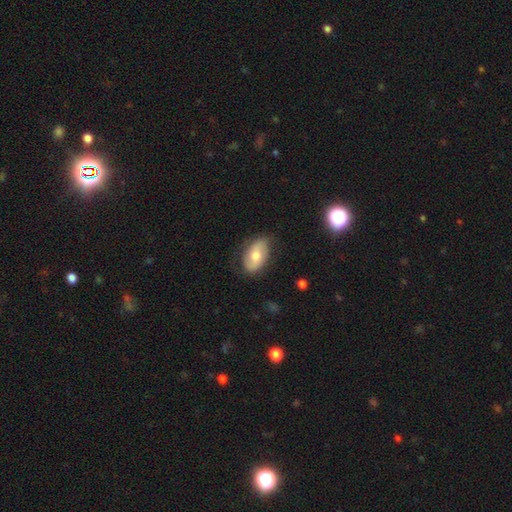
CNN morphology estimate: A smooth galaxy with no disk features (49%).

Vote fractions:
- Smooth or featured? smooth: 49% / featured or disk: 42% / star or artifact: 9%
- Merging? none: 76% / minor disturbance: 18% / major disturbance: 4% / merger: 1%